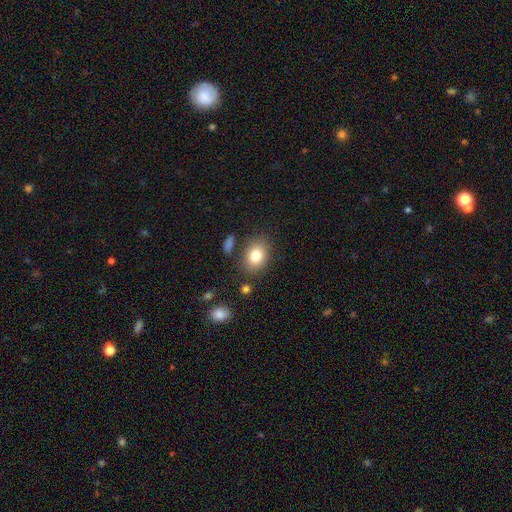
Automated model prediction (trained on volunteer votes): A smooth galaxy with no disk features (80%) that is in between round and cigar-shaped (67%). Merging: none (78%).